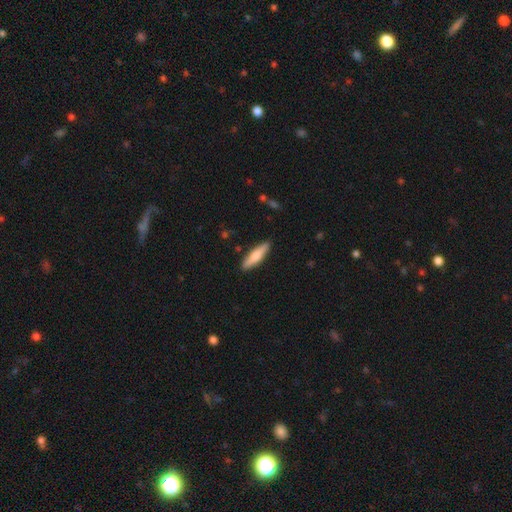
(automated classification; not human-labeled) The model was most divided on "smooth or featured": smooth: 71%, featured or disk: 24%, star or artifact: 5%. More confident: merging — none (88%); how rounded — cigar-shaped (73%).